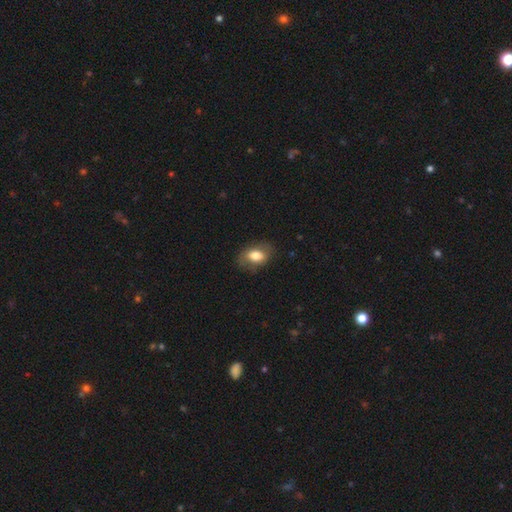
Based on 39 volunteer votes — smooth-or-featured: smooth: 87% | featured or disk: 8% | star or artifact: 5%
  how-rounded: in between: 79% | round: 18% | cigar-shaped: 3%
  merging: none: 62% | minor disturbance: 27% | major disturbance: 8% | merger: 3%